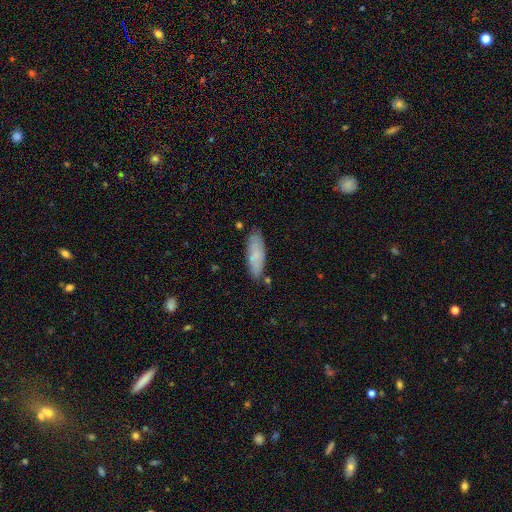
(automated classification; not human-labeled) Smooth or featured? Predicted: smooth (p=0.73). How rounded? Predicted: in between (p=0.58). Merging? Predicted: none (p=0.78).